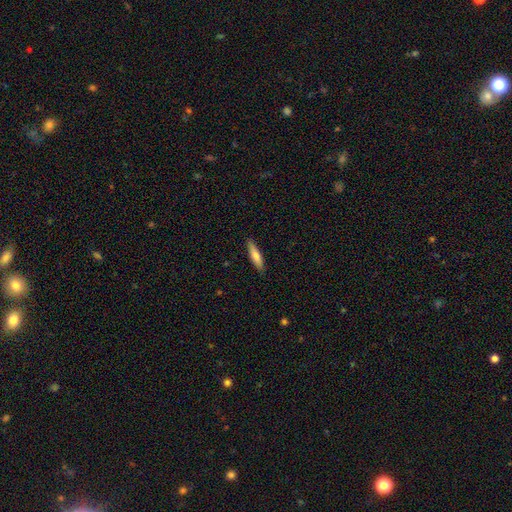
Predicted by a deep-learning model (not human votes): smooth 71%, featured or disk 23%, star or artifact 6%. Down the decision tree: how rounded — cigar-shaped (77%); merging — none (87%).